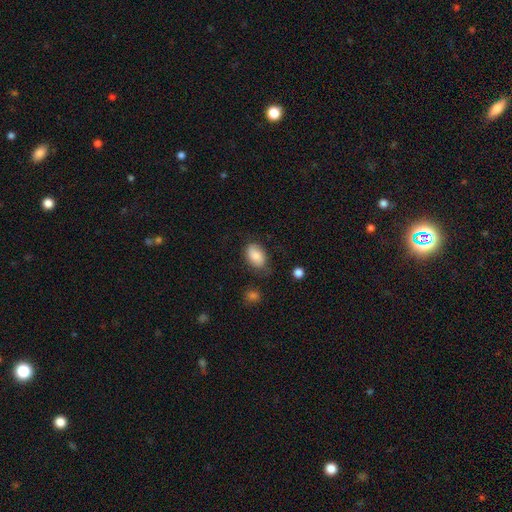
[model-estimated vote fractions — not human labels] Q: Smooth or featured?
A: smooth (85%); runner-up: featured or disk (8%)
Q: How rounded?
A: in between (91%); runner-up: round (7%)
Q: Merging?
A: none (66%); runner-up: minor disturbance (24%)